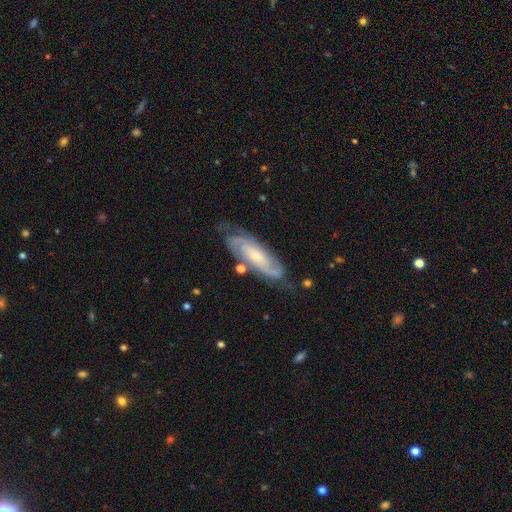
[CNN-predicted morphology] smooth_or_featured: featured or disk (p=0.82) [alt: smooth p=0.12]
disk_edge_on: no (p=0.88) [alt: yes p=0.12]
bar: no (p=0.59) [alt: weak p=0.29]
has_spiral_arms: yes (p=0.96) [alt: no p=0.04]
spiral_winding: tight (p=0.57) [alt: medium p=0.35]
spiral_arm_count: 2 (p=0.59) [alt: can't tell p=0.21]
bulge_size: small (p=0.67) [alt: moderate p=0.27]
merging: none (p=0.71) [alt: minor disturbance p=0.19]